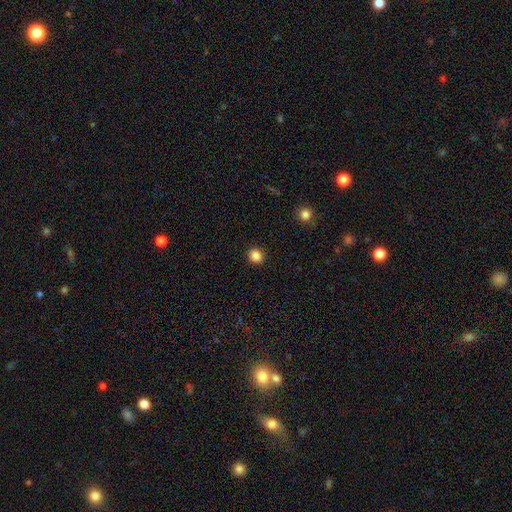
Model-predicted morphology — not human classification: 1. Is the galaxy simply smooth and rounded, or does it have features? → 85% smooth, 11% star or artifact, 4% featured or disk.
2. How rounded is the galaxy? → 85% round, 14% in between, 1% cigar-shaped.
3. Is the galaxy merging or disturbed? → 92% none, 5% minor disturbance, 2% major disturbance, 1% merger.